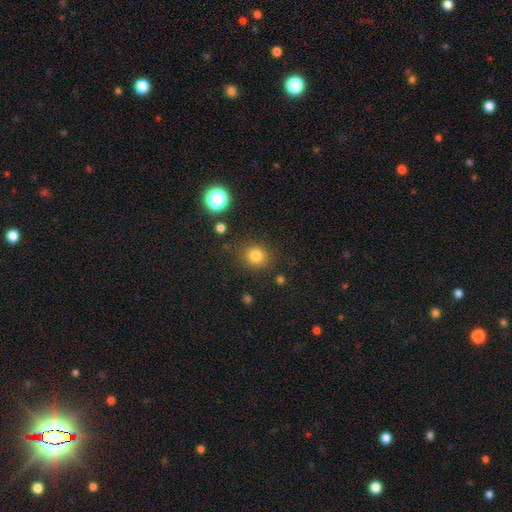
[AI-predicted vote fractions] Smooth or featured? Predicted: smooth (p=0.80). How rounded? Predicted: round (p=0.83). Merging? Predicted: none (p=0.85).